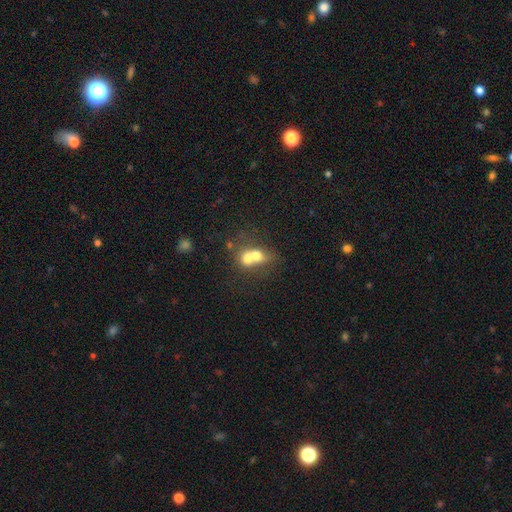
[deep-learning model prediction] A smooth galaxy with no disk features (65%) that is round (59%). Merging: merger (72%).